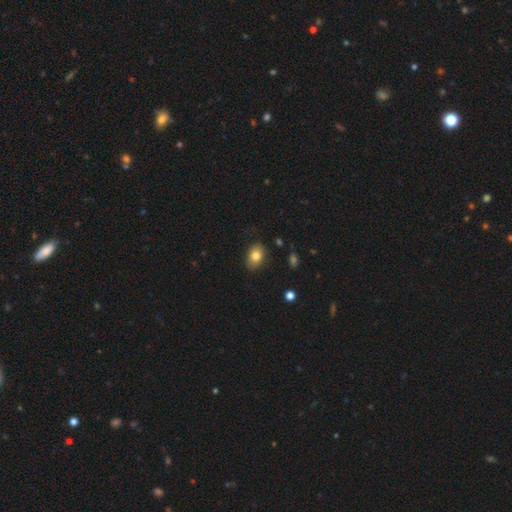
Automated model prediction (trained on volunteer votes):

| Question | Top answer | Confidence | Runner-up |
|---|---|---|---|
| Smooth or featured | smooth | 81% | featured or disk (10%) |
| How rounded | in between | 83% | round (16%) |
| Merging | none | 84% | minor disturbance (12%) |